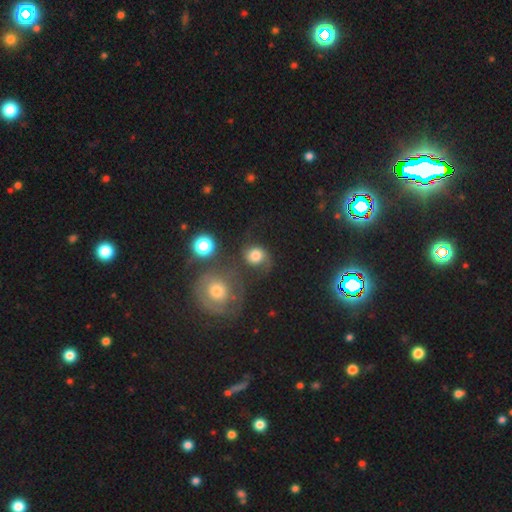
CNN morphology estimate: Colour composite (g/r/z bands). It shows a smooth galaxy with no disk features (60%) that is round (77%). Merging: none (44%).